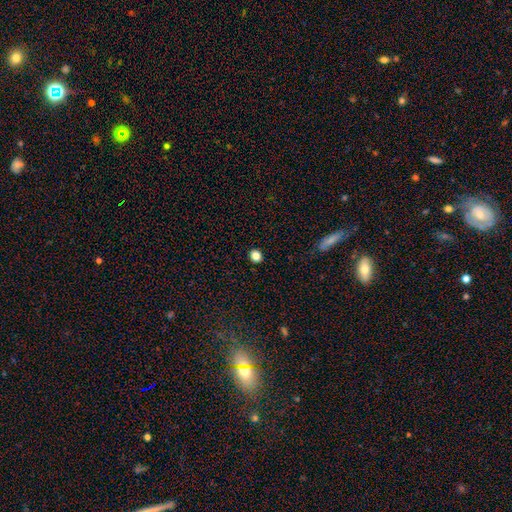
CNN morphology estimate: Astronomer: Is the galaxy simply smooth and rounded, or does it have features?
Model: smooth — 84%.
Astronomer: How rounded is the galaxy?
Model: round — 83%.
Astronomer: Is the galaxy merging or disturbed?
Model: none — 92%.